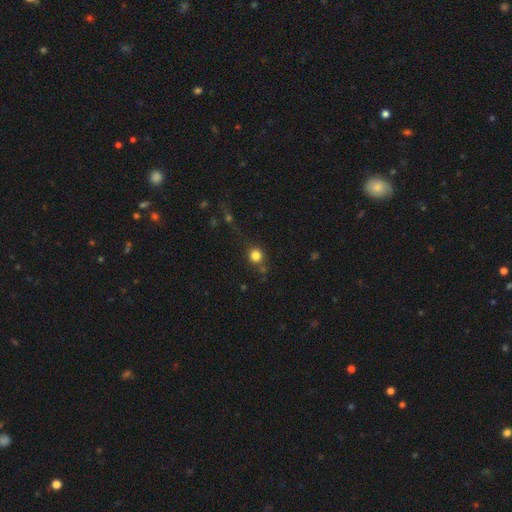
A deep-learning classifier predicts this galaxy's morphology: This appears to be a smooth galaxy with no disk features (82%) that is round (90%). Merging: none (74%).